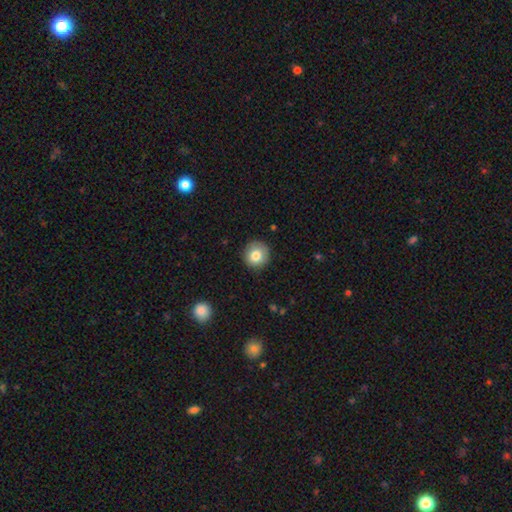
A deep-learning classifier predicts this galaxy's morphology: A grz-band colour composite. It shows a smooth galaxy with no disk features (81%) that is round (93%). Merging: none (89%).